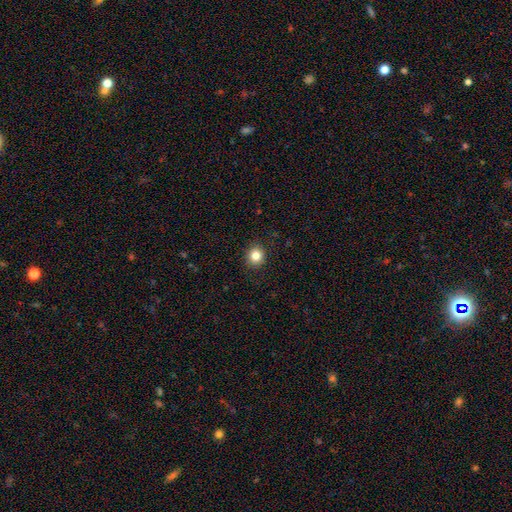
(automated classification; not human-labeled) The model was most divided on "how rounded": round: 84%, in between: 15%, cigar-shaped: 1%. More confident: merging — none (91%); smooth or featured — smooth (83%).